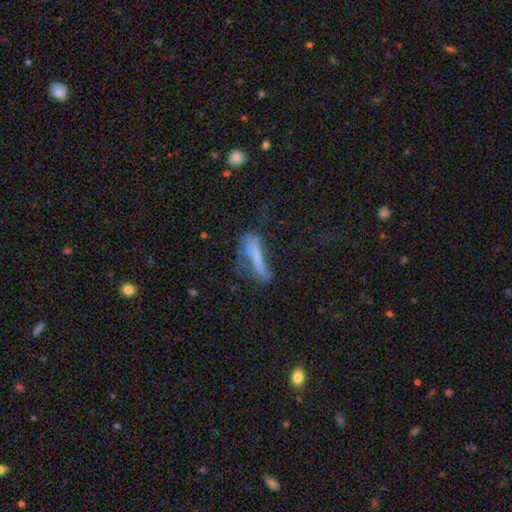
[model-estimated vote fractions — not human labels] The model was most divided on "merging": major disturbance: 36%, none: 32%, minor disturbance: 23%, merger: 8%. Remaining: smooth or featured — smooth (50%).